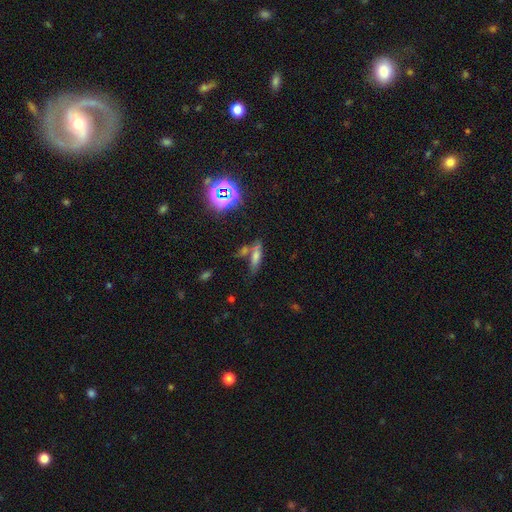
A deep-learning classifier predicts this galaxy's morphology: A smooth galaxy with no disk features (58%) that is cigar-shaped (53%). Merging: none (53%).